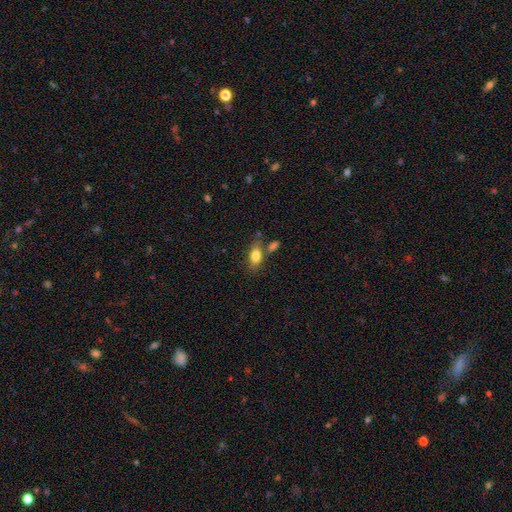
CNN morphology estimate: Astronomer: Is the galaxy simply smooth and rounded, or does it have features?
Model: smooth — 81%.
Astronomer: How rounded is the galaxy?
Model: in between — 85%.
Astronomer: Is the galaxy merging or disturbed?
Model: none — 61%.